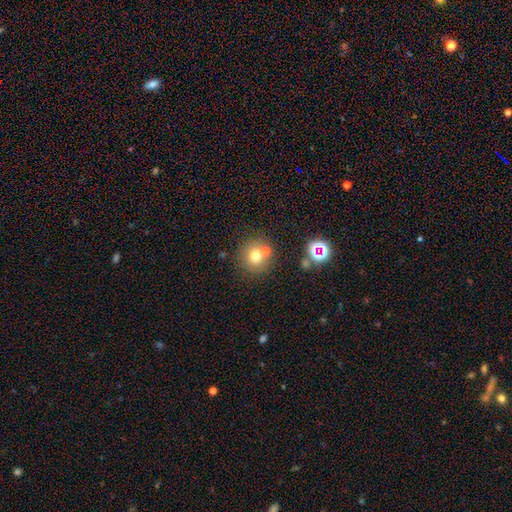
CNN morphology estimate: type=smooth (70%); roundness=round (91%); merging=none (68%).